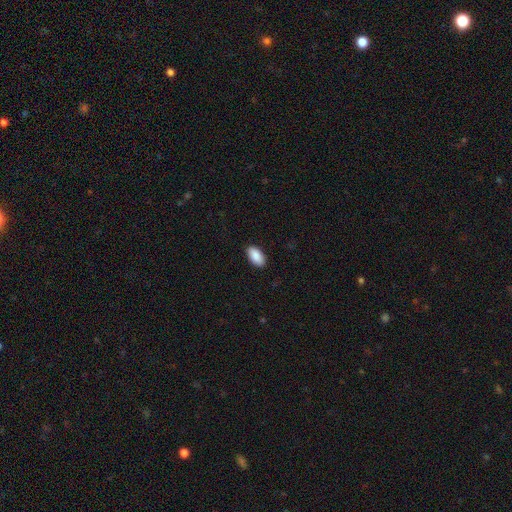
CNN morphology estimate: smooth-or-featured: smooth: 90% | star or artifact: 6% | featured or disk: 4%
  how-rounded: in between: 95% | cigar-shaped: 3% | round: 2%
  merging: none: 89% | minor disturbance: 8% | major disturbance: 2% | merger: 1%